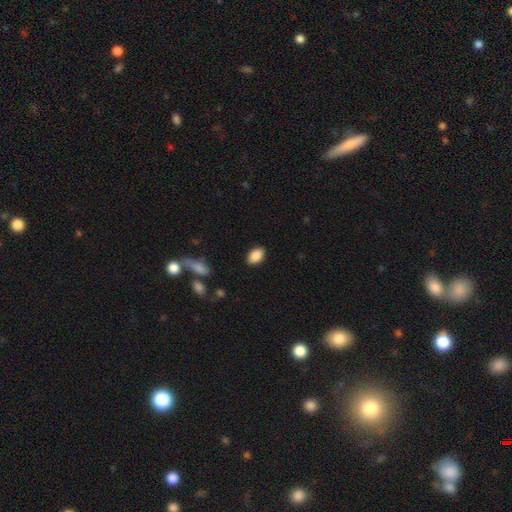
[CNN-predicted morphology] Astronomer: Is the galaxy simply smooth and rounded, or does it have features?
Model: smooth — 88%.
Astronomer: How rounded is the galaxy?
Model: in between — 88%.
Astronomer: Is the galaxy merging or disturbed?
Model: none — 87%.